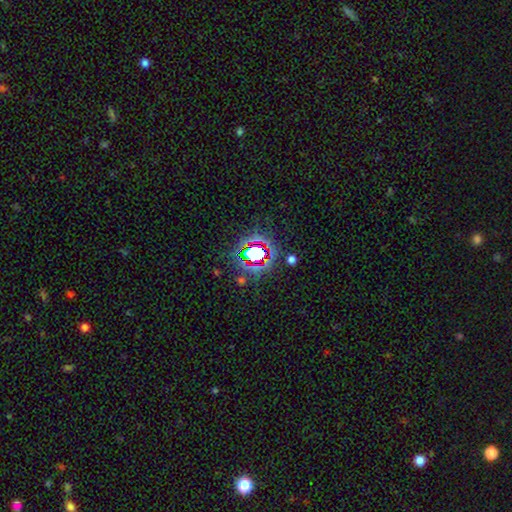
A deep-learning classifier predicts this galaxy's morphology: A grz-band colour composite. It shows a star or artifact, not a galaxy (69%).